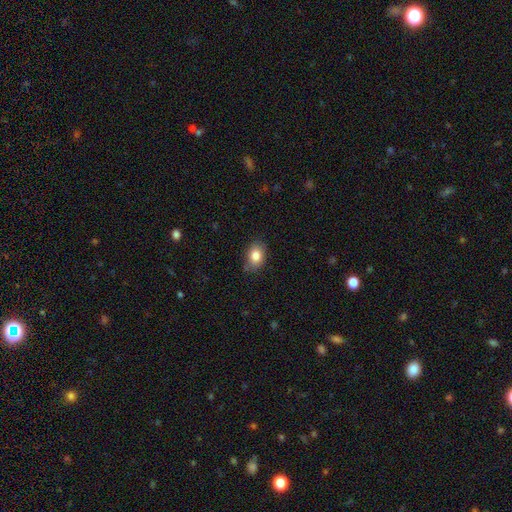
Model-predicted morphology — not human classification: This appears to be a smooth galaxy with no disk features (83%) that is in between round and cigar-shaped (78%). Merging: none (79%).